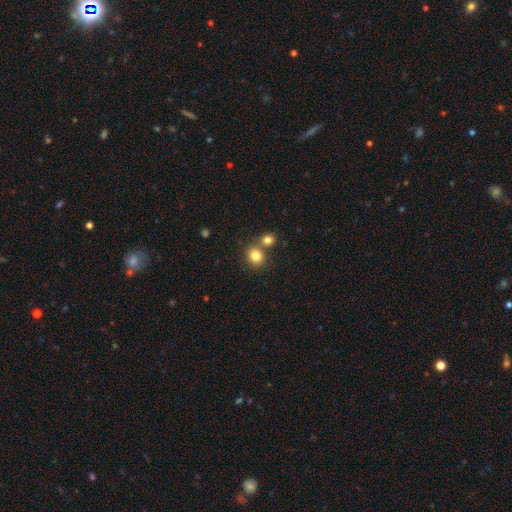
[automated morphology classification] This is clearly a smooth galaxy (82%). How rounded: likely round (79%). Merging: likely none (60%).